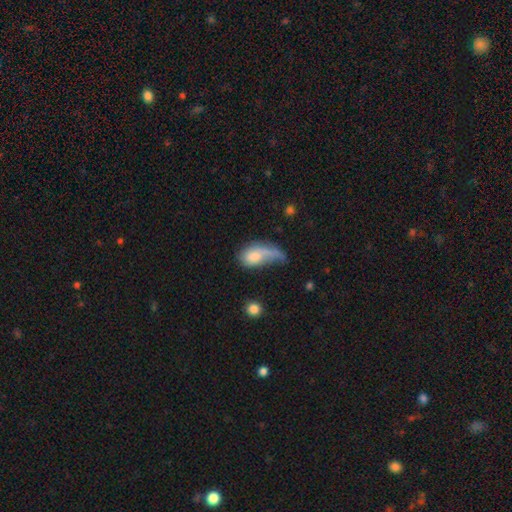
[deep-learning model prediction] Smooth or featured? smooth (70%)
How rounded? in between (82%)
Merging? major disturbance (43%)